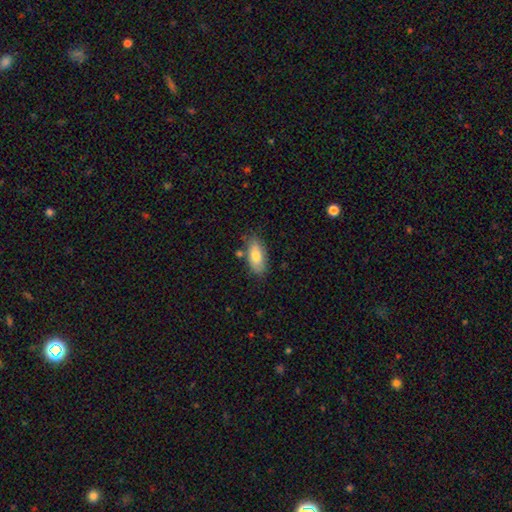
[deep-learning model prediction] Smooth or featured: smooth — 77% (featured or disk — 16%)
How rounded: in between — 87% (cigar-shaped — 10%)
Merging: none — 75% (minor disturbance — 16%)